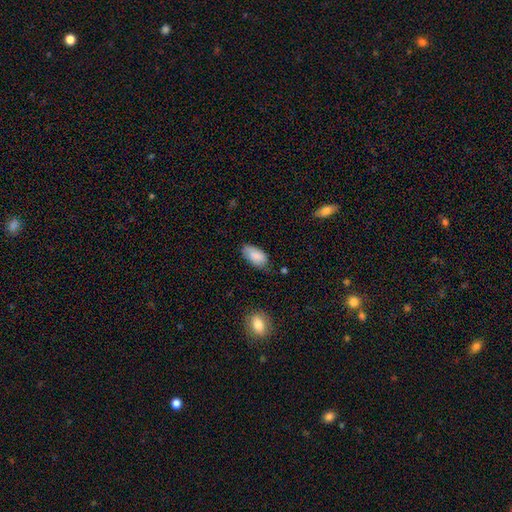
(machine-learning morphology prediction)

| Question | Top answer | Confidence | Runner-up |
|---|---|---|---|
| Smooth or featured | smooth | 83% | featured or disk (10%) |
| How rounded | in between | 94% | cigar-shaped (3%) |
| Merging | none | 64% | minor disturbance (28%) |